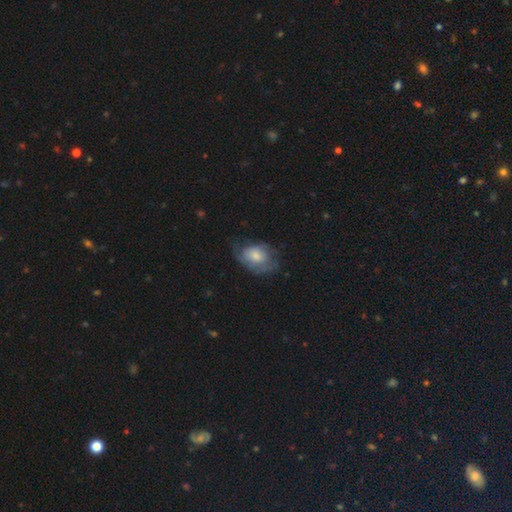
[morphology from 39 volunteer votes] Smooth or featured: smooth — 56% (featured or disk — 38%)
How rounded: in between — 86% (round — 14%)
Merging: none — 51% (major disturbance — 27%)